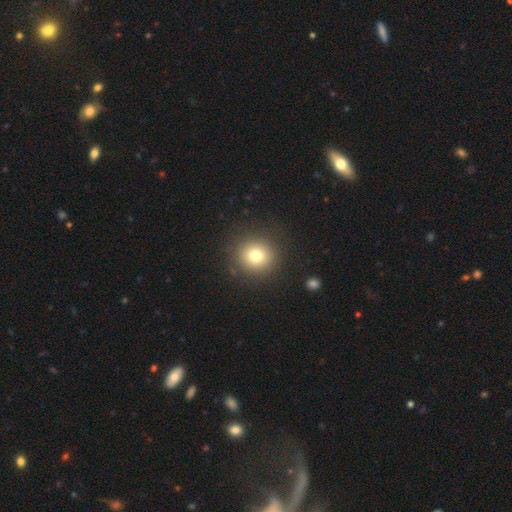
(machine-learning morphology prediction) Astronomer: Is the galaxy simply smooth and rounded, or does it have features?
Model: smooth — 76%.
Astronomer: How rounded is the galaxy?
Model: round — 93%.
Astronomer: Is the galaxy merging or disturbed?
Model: none — 89%.